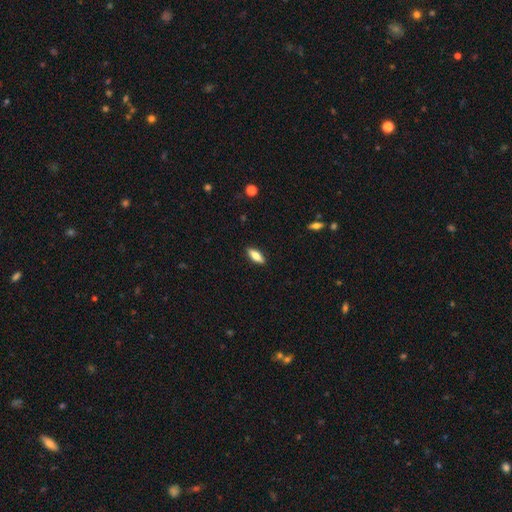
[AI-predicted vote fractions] Smooth or featured? smooth (71%)
How rounded? in between (69%)
Merging? none (89%)